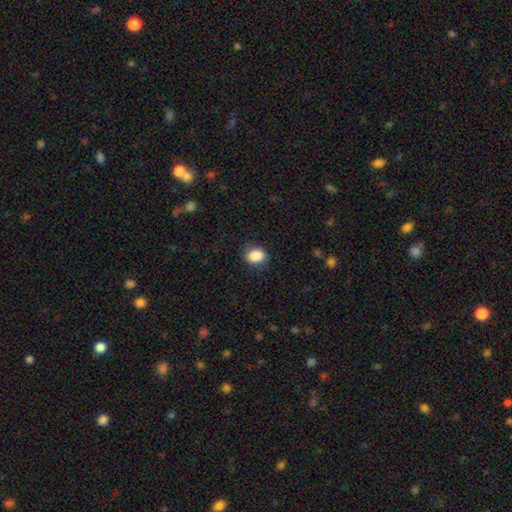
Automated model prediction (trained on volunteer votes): A smooth galaxy with no disk features (89%) that is in between round and cigar-shaped (70%). Merging: none (83%).